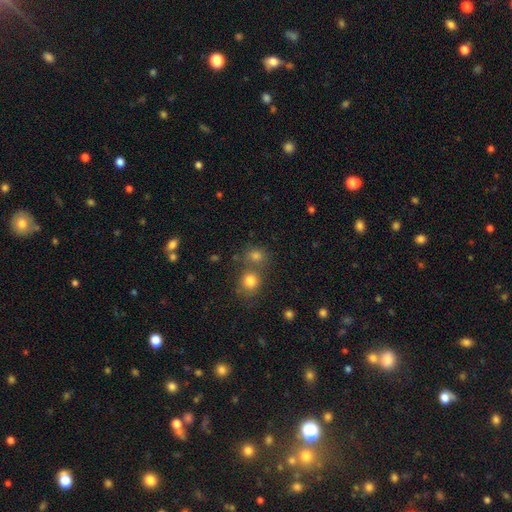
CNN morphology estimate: Smooth or featured?
  - smooth: 75% *
  - star or artifact: 18%
  - featured or disk: 8%
How rounded?
  - round: 80% *
  - in between: 19%
  - cigar-shaped: 1%
Merging?
  - none: 54% *
  - merger: 35%
  - minor disturbance: 8%
  - major disturbance: 3%